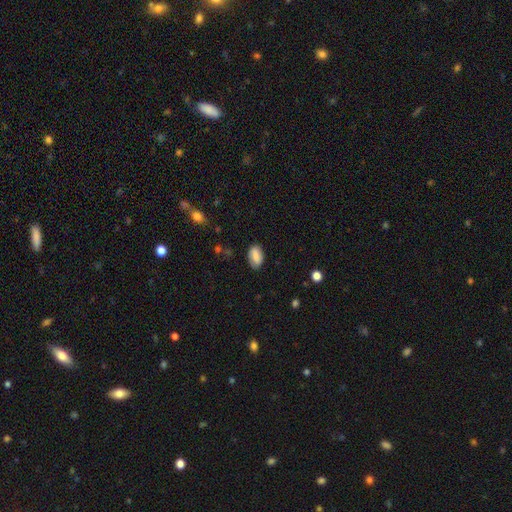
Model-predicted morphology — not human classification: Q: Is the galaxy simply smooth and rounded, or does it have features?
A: smooth — 81%.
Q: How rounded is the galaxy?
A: in between — 92%.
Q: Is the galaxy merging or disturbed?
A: none — 82%.